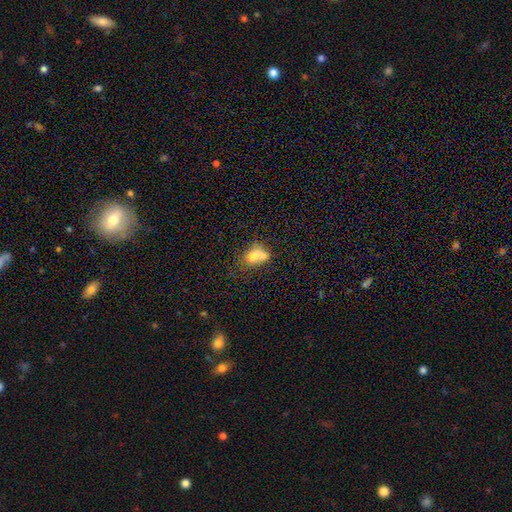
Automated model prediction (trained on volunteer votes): A smooth galaxy with no disk features (67%) that is in between round and cigar-shaped (53%).

Vote fractions:
- Smooth or featured? smooth: 67% / featured or disk: 21% / star or artifact: 13%
- How rounded? in between: 53% / round: 45% / cigar-shaped: 2%
- Merging? merger: 51% / none: 27% / minor disturbance: 13% / major disturbance: 9%